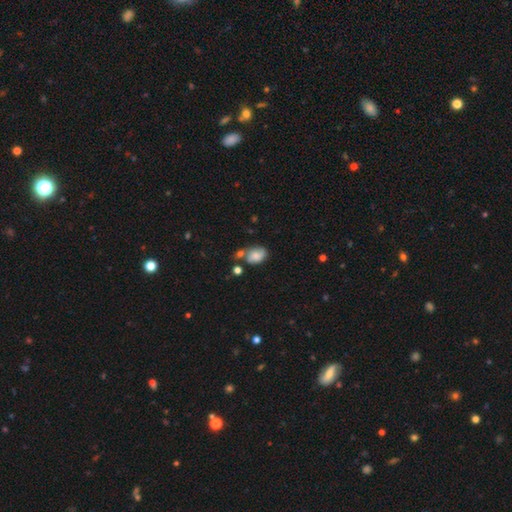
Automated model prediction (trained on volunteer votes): Smooth or featured? Predicted: smooth (p=0.71). How rounded? Predicted: in between (p=0.80). Merging? Predicted: none (p=0.45).